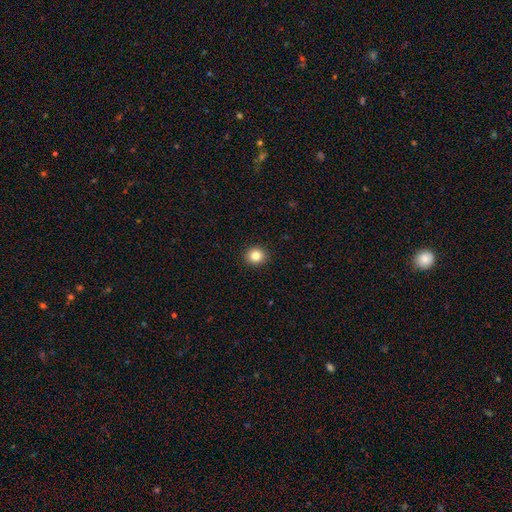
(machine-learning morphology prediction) This appears to be a smooth galaxy with no disk features (84%) that is round (88%). Merging: none (93%).